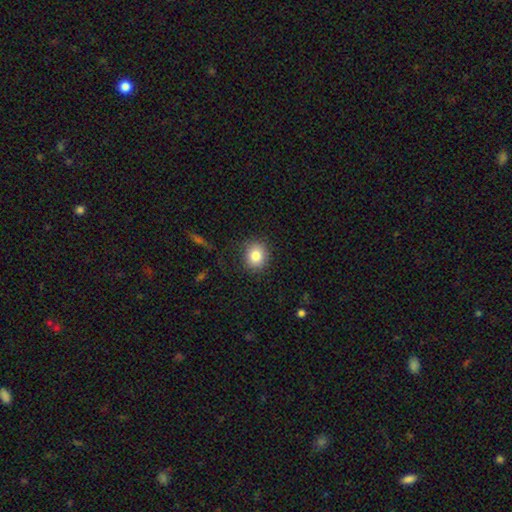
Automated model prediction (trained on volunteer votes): Overall: smooth (83%). How rounded: round (80%). Merging: none (85%).